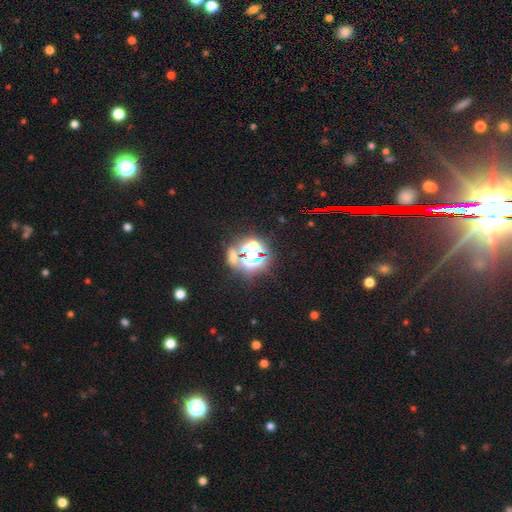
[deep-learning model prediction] smooth_or_featured: star or artifact (p=0.65) [alt: smooth p=0.22]